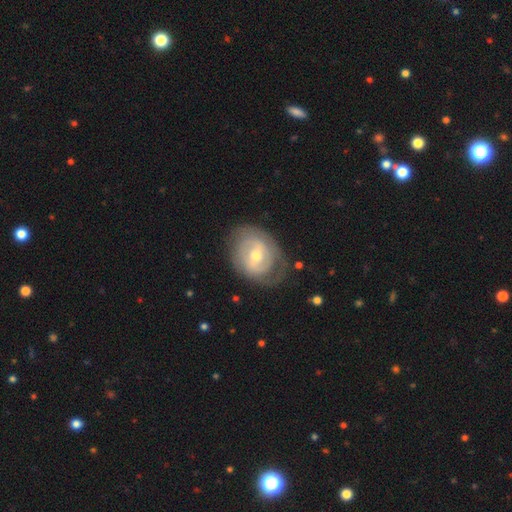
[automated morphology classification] smooth_or_featured: featured or disk (p=0.71) [alt: smooth p=0.24]
disk_edge_on: no (p=0.96) [alt: yes p=0.04]
bar: weak (p=0.47) [alt: no p=0.33]
has_spiral_arms: yes (p=0.72) [alt: no p=0.28]
bulge_size: moderate (p=0.60) [alt: small p=0.35]
merging: none (p=0.67) [alt: minor disturbance p=0.21]